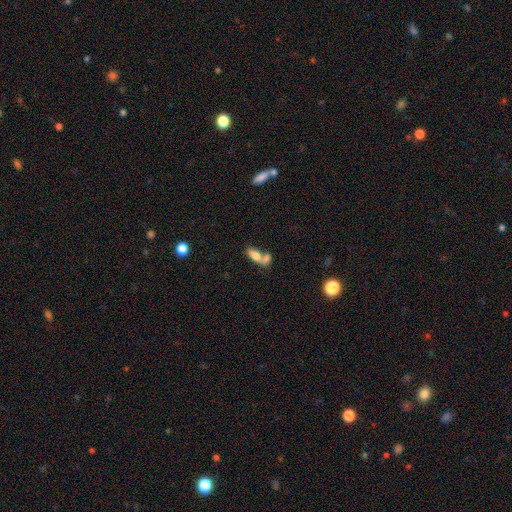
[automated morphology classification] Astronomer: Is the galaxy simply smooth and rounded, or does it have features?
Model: smooth — 73%.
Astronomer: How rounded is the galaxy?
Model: in between — 83%.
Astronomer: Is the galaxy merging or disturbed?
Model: merger — 66%.